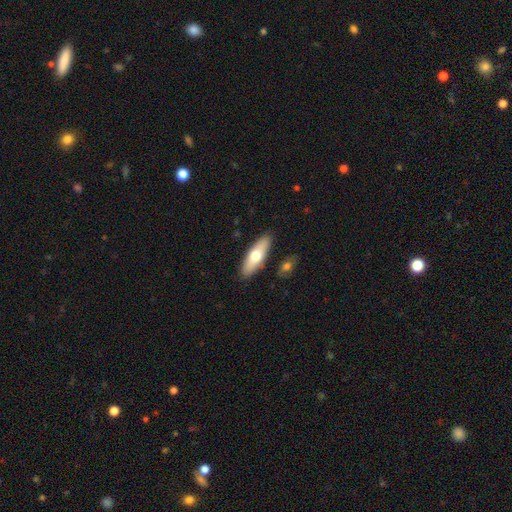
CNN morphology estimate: smooth-or-featured: smooth: 63% | featured or disk: 32% | star or artifact: 5%
  how-rounded: in between: 57% | cigar-shaped: 41% | round: 2%
  merging: none: 86% | minor disturbance: 9% | merger: 3% | major disturbance: 2%